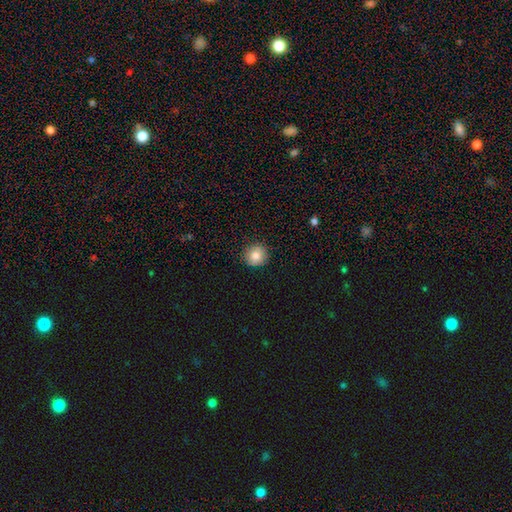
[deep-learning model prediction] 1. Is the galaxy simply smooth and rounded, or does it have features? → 81% smooth, 10% star or artifact, 9% featured or disk.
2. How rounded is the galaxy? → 92% round, 7% in between, 1% cigar-shaped.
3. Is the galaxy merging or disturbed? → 90% none, 8% minor disturbance, 2% major disturbance, 1% merger.